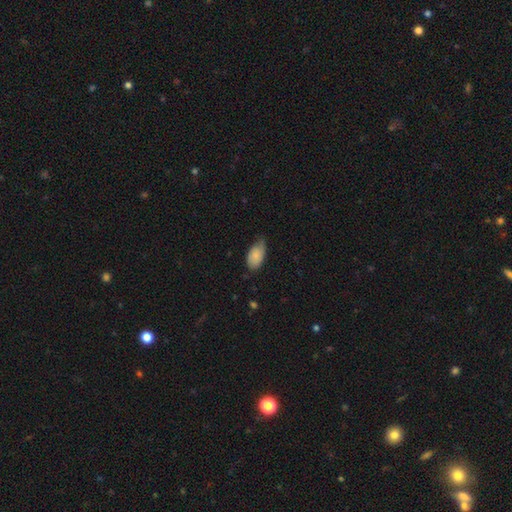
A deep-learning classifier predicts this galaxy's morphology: Q: Smooth or featured?
A: smooth (80%); runner-up: featured or disk (13%)
Q: How rounded?
A: in between (94%); runner-up: round (4%)
Q: Merging?
A: none (48%); runner-up: minor disturbance (43%)